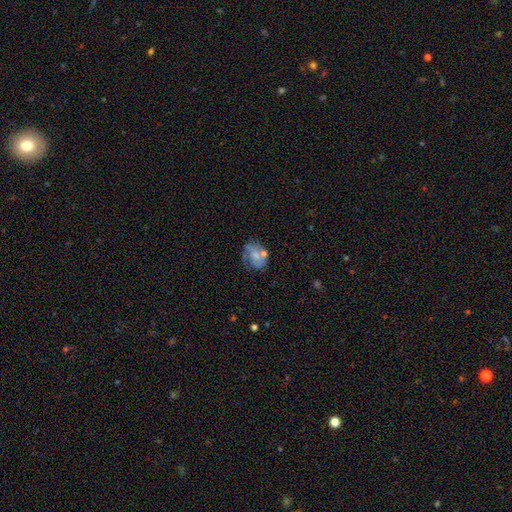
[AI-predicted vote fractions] Q: Smooth or featured?
A: featured or disk (57%); runner-up: smooth (34%)
Q: Edge-on disk?
A: no (97%); runner-up: yes (3%)
Q: Bar?
A: no (67%); runner-up: weak (27%)
Q: Spiral arms?
A: yes (68%); runner-up: no (32%)
Q: Bulge size?
A: small (34%); runner-up: moderate (30%)
Q: Merging?
A: none (44%); runner-up: minor disturbance (24%)